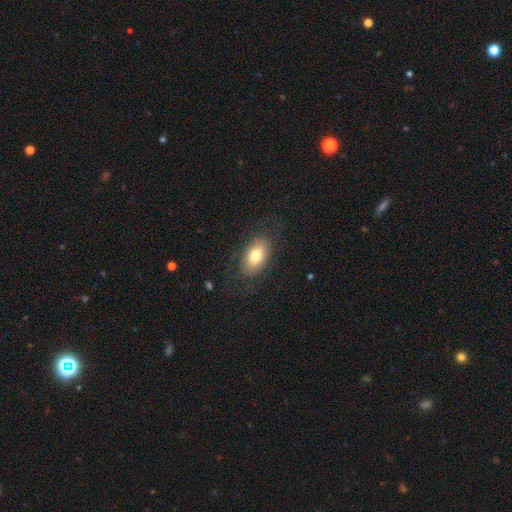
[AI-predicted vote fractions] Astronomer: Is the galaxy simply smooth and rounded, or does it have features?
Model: smooth — 71%.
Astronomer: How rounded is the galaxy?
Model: in between — 90%.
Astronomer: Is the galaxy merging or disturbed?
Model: none — 73%.